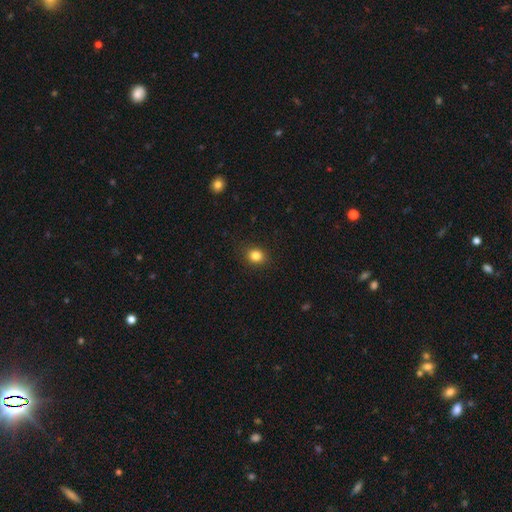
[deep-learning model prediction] Smooth or featured: smooth — 84% (star or artifact — 12%)
How rounded: round — 70% (in between — 29%)
Merging: none — 89% (minor disturbance — 8%)